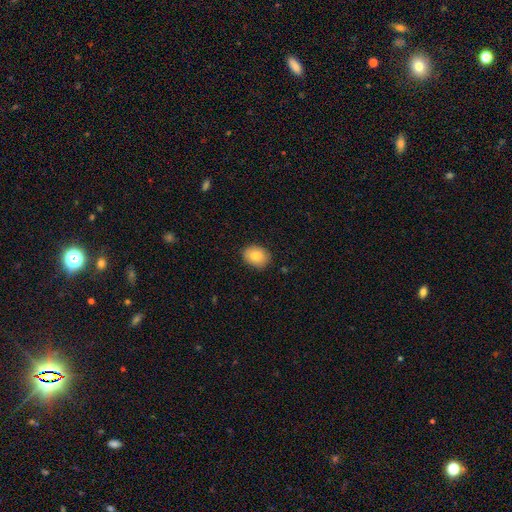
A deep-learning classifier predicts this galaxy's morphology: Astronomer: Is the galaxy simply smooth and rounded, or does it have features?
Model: smooth — 83%.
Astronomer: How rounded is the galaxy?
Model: in between — 63%.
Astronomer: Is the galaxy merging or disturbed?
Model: none — 86%.